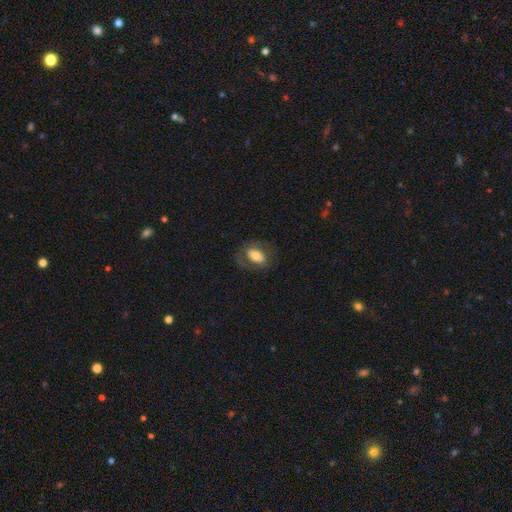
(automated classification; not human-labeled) Smooth or featured? Predicted: smooth (p=0.64). How rounded? Predicted: in between (p=0.87). Merging? Predicted: none (p=0.68).